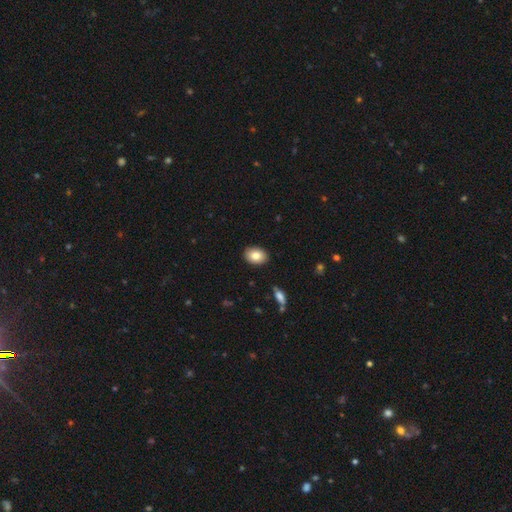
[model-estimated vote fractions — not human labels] This is clearly a smooth galaxy (82%). How rounded: likely in between (78%). Merging: clearly none (90%).